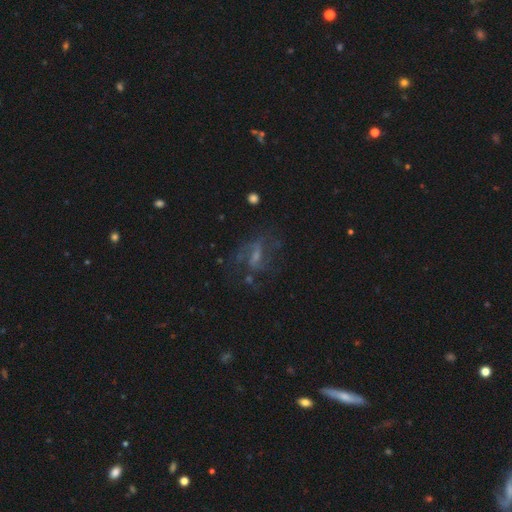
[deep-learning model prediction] smooth-or-featured: featured or disk: 63% | smooth: 19% | star or artifact: 17%
  disk-edge-on: no: 94% | yes: 6%
    bar: weak: 47% | no: 28% | strong: 24%
    has-spiral-arms: yes: 73% | no: 27%
    bulge-size: small: 42% | moderate: 27% | none: 26% | large: 4% | dominant: 1%
  merging: none: 55% | major disturbance: 24% | minor disturbance: 18% | merger: 4%